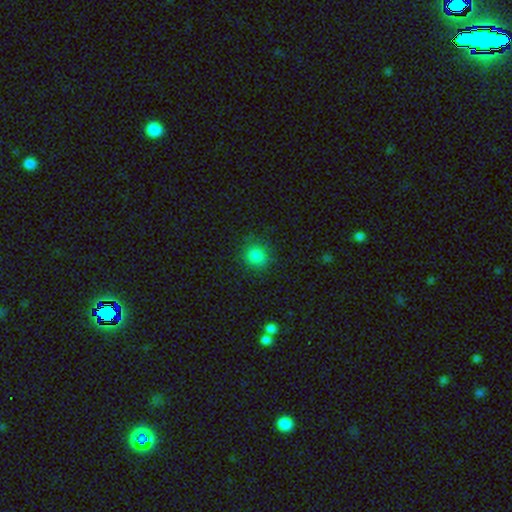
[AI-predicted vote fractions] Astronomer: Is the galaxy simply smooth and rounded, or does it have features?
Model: smooth — 84%.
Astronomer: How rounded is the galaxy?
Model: round — 89%.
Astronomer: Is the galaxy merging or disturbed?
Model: none — 85%.